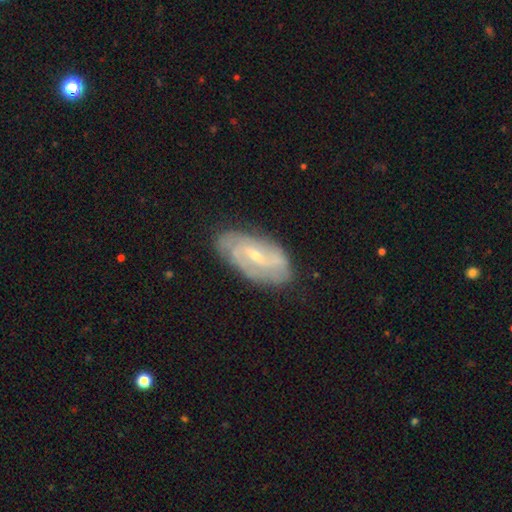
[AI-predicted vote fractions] Smooth or featured?
  - featured or disk: 78% *
  - smooth: 16%
  - star or artifact: 6%
Edge-on disk?
  - no: 94% *
  - yes: 6%
Bar?
  - weak: 54% *
  - strong: 24%
  - no: 22%
Spiral arms?
  - yes: 91% *
  - no: 9%
Spiral winding?
  - medium: 41% *
  - tight: 39%
  - loose: 20%
Spiral arm count?
  - 2: 50% *
  - can't tell: 26%
  - 3: 13%
  - 4: 4%
  - 1: 3%
  - more than 4: 3%
Bulge size?
  - small: 62% *
  - moderate: 33%
  - none: 3%
  - large: 1%
  - dominant: 1%
Merging?
  - none: 75% *
  - minor disturbance: 19%
  - major disturbance: 5%
  - merger: 1%